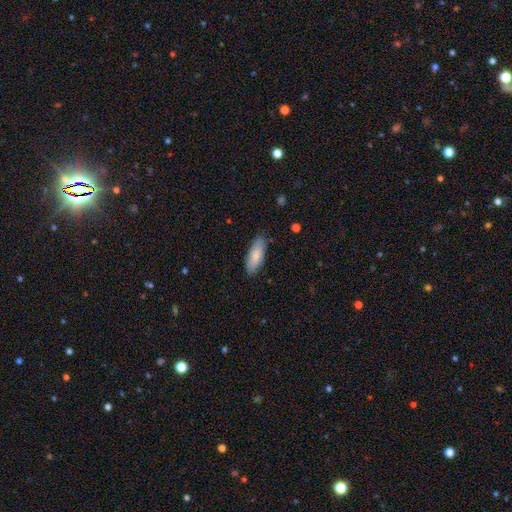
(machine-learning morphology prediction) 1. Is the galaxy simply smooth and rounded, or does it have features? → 84% smooth, 11% featured or disk, 6% star or artifact.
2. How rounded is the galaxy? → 72% in between, 26% cigar-shaped, 2% round.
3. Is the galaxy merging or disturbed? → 85% none, 12% minor disturbance, 2% major disturbance, 1% merger.